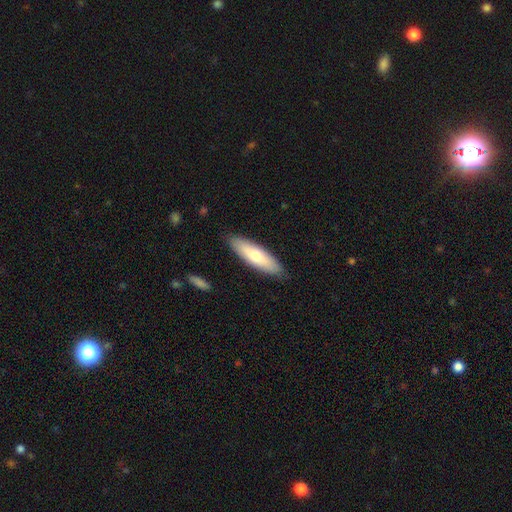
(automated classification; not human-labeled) smooth_or_featured: smooth (p=0.65) [alt: featured or disk p=0.29]
how_rounded: in between (p=0.50) [alt: cigar-shaped p=0.48]
merging: none (p=0.87) [alt: minor disturbance p=0.10]